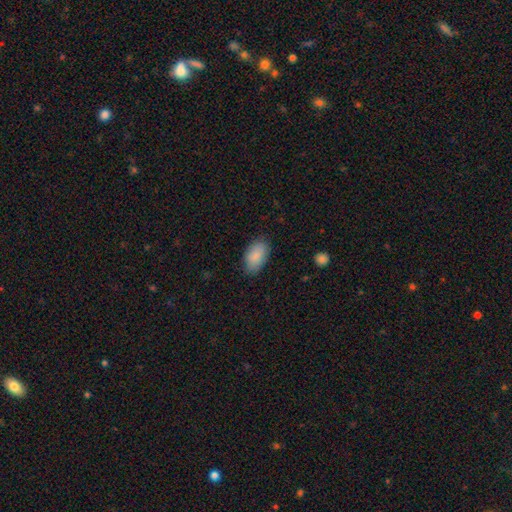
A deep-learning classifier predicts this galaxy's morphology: Smooth or featured: smooth — 87% (featured or disk — 6%)
How rounded: in between — 94% (round — 5%)
Merging: none — 82% (minor disturbance — 14%)